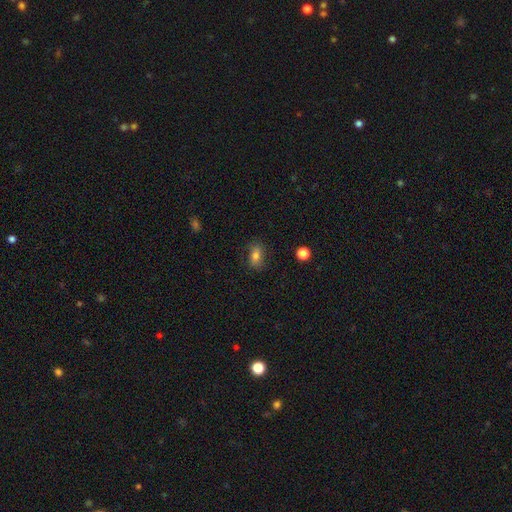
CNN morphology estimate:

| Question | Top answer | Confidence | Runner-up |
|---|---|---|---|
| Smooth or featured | smooth | 76% | featured or disk (13%) |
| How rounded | in between | 79% | round (18%) |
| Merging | none | 80% | minor disturbance (15%) |